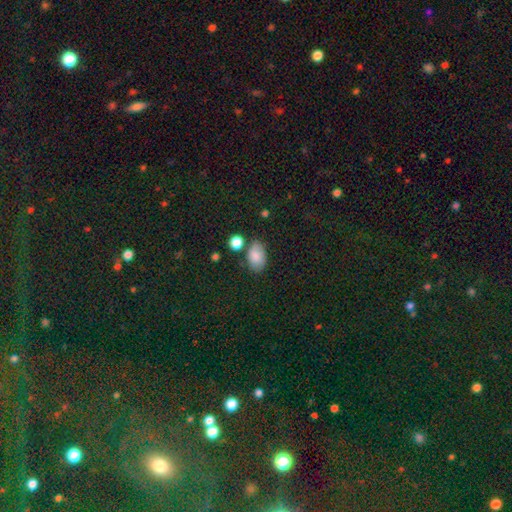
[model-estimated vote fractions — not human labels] A smooth galaxy with no disk features (83%) that is in between round and cigar-shaped (89%). Merging: none (67%).